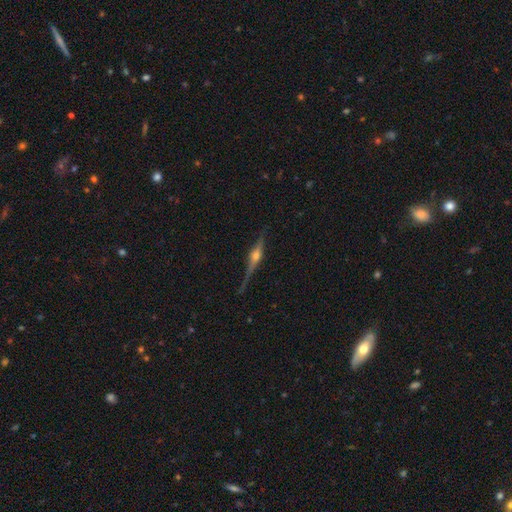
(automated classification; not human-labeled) Q: Smooth or featured?
A: featured or disk (78%); runner-up: smooth (14%)
Q: Edge-on disk?
A: yes (97%); runner-up: no (3%)
Q: Edge-on bulge?
A: rounded (90%); runner-up: boxy (6%)
Q: Merging?
A: none (80%); runner-up: minor disturbance (14%)